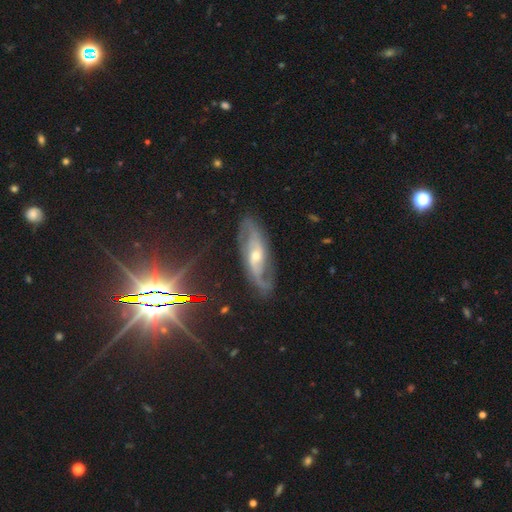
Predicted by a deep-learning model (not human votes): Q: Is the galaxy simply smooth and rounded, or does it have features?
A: featured or disk — 79%.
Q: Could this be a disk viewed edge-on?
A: no — 86%.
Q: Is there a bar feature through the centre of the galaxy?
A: no — 41%.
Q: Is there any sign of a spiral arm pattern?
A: yes — 94%.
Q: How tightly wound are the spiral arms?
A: medium — 44%.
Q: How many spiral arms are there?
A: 2 — 77%.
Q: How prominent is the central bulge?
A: small — 49%.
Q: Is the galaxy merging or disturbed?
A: none — 77%.